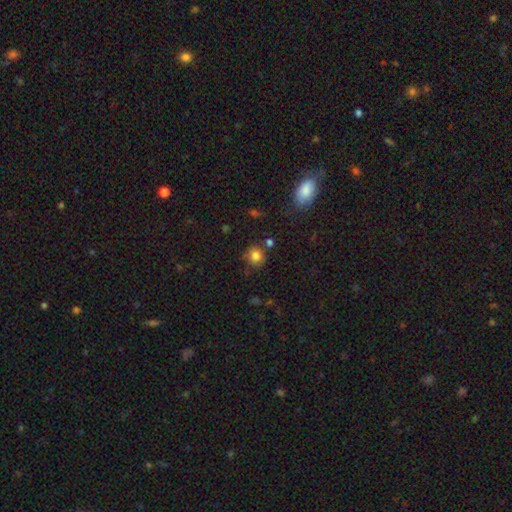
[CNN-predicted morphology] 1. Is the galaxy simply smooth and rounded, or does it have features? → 81% smooth, 12% star or artifact, 7% featured or disk.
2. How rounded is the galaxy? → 85% round, 14% in between, 1% cigar-shaped.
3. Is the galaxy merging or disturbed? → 74% none, 14% minor disturbance, 7% merger, 4% major disturbance.